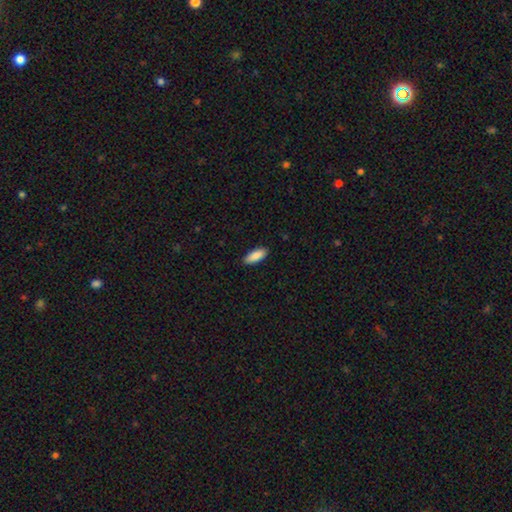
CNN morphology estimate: This is clearly a smooth galaxy (89%). How rounded: likely in between (76%). Merging: clearly none (89%).